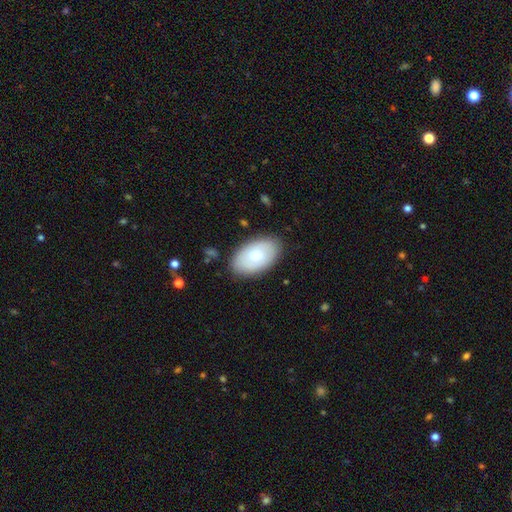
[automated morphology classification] Smooth or featured: smooth — 68% (featured or disk — 26%)
How rounded: in between — 93% (round — 6%)
Merging: none — 85% (minor disturbance — 11%)